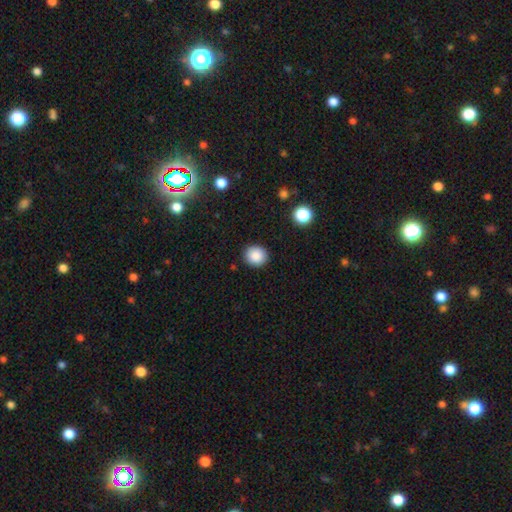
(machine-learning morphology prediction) A smooth galaxy with no disk features (87%) that is round (86%).

Vote fractions:
- Smooth or featured? smooth: 87% / star or artifact: 9% / featured or disk: 4%
- How rounded? round: 86% / in between: 13% / cigar-shaped: 1%
- Merging? none: 91% / minor disturbance: 6% / major disturbance: 2% / merger: 1%